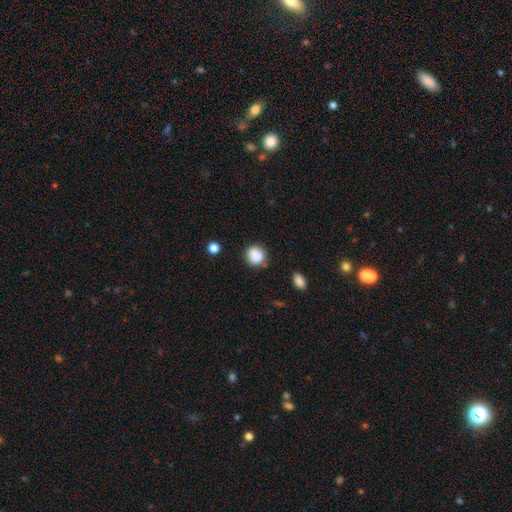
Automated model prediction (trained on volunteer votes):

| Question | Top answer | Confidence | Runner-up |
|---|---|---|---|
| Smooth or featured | smooth | 86% | star or artifact (9%) |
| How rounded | round | 84% | in between (15%) |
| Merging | none | 75% | minor disturbance (16%) |